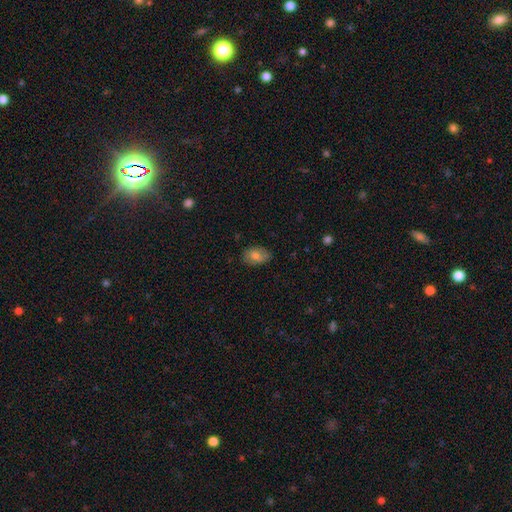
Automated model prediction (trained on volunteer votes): Smooth or featured? Predicted: smooth (p=0.75). How rounded? Predicted: in between (p=0.86). Merging? Predicted: none (p=0.80).